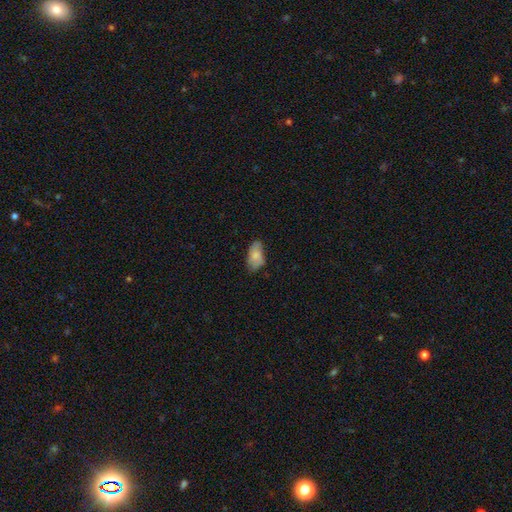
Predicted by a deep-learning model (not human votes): smooth_or_featured: smooth (p=0.74) [alt: featured or disk p=0.18]
how_rounded: in between (p=0.93) [alt: round p=0.04]
merging: none (p=0.62) [alt: minor disturbance p=0.29]